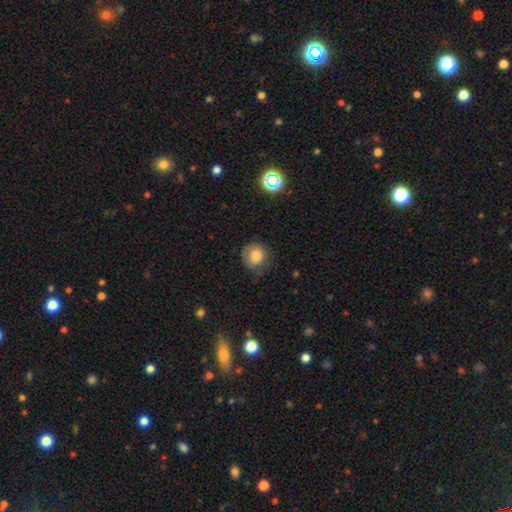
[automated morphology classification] The model was most divided on "merging": none: 61%, minor disturbance: 27%, major disturbance: 11%, merger: 1%. More confident: how rounded — round (85%); smooth or featured — smooth (80%).